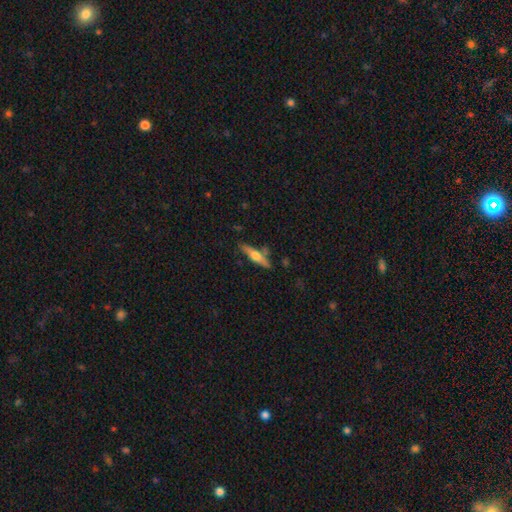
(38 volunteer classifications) smooth_or_featured: featured or disk (p=0.53) [alt: smooth p=0.42]
disk_edge_on: yes (p=1.00)
edge_on_bulge: rounded (p=0.80) [alt: boxy p=0.15]
merging: none (p=0.75) [alt: minor disturbance p=0.17]